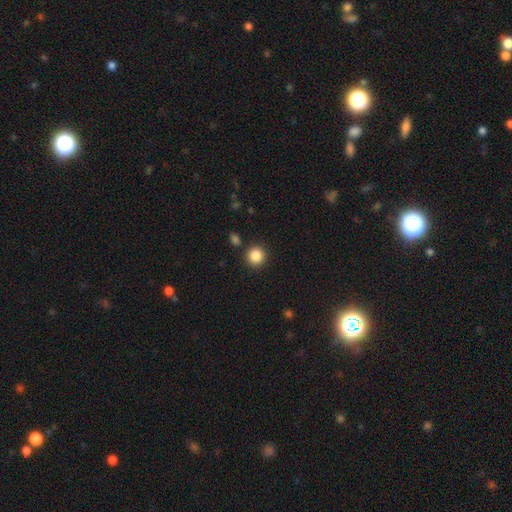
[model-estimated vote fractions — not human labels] Smooth or featured? smooth (87%)
How rounded? round (92%)
Merging? none (88%)